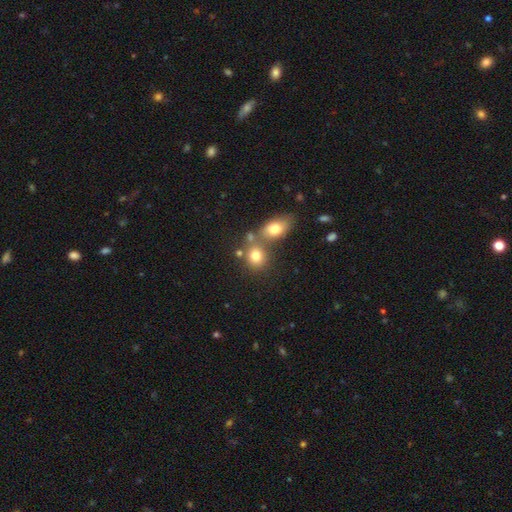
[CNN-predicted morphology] The model was most divided on "merging": none: 50%, merger: 37%, minor disturbance: 9%, major disturbance: 4%. More confident: smooth or featured — smooth (78%); how rounded — round (68%).